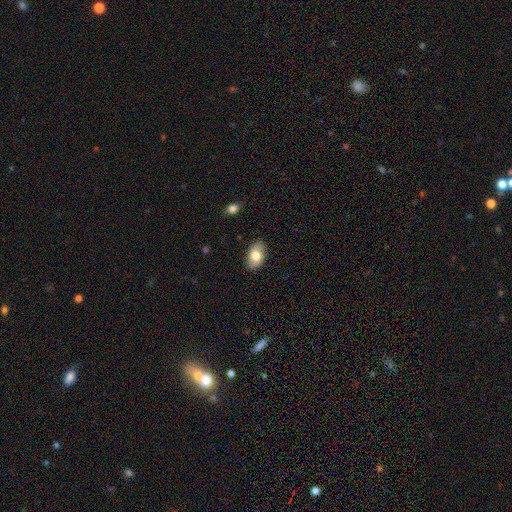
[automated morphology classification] Smooth or featured: smooth — 73% (featured or disk — 20%)
How rounded: in between — 93% (round — 6%)
Merging: none — 86% (minor disturbance — 11%)